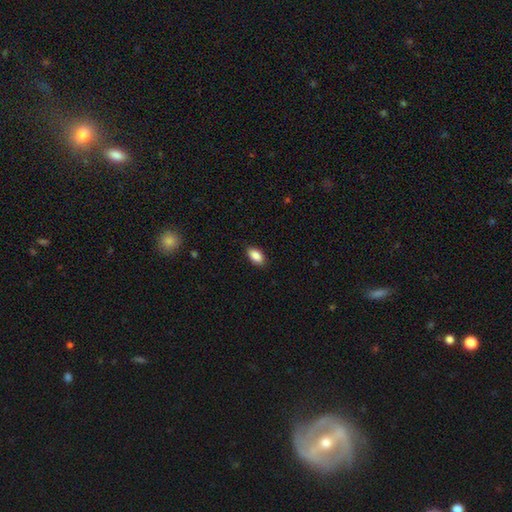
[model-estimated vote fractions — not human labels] Smooth or featured? smooth (88%)
How rounded? in between (93%)
Merging? none (87%)